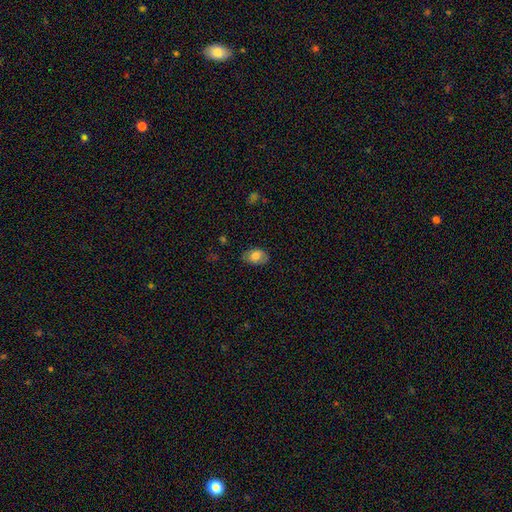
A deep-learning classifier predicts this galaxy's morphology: Smooth or featured: smooth — 77% (featured or disk — 15%)
How rounded: in between — 84% (round — 14%)
Merging: none — 77% (minor disturbance — 18%)